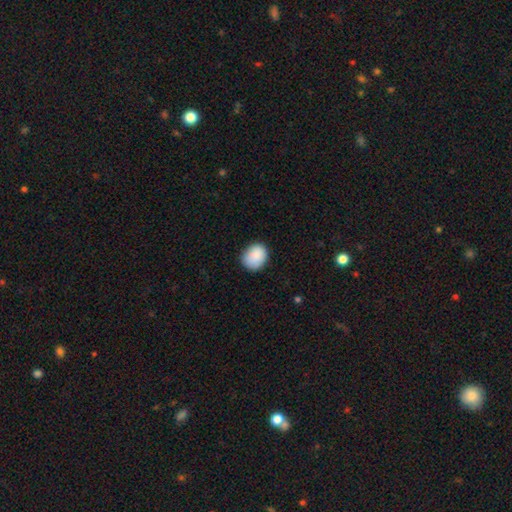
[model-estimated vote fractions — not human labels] Smooth or featured: smooth — 88% (star or artifact — 7%)
How rounded: round — 61% (in between — 39%)
Merging: none — 78% (minor disturbance — 18%)